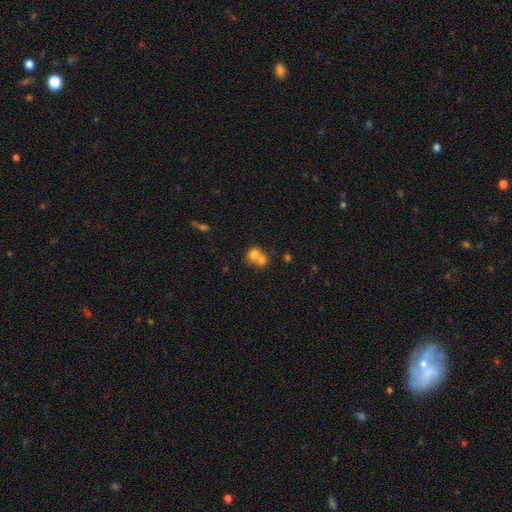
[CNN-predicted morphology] This appears to be a smooth galaxy with no disk features (72%) that is round (73%). Merging: merger (65%).